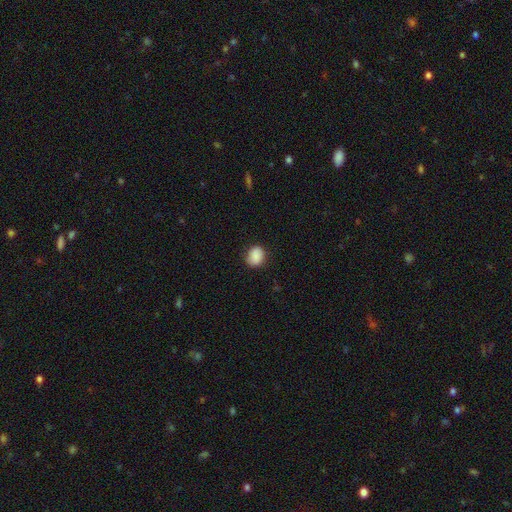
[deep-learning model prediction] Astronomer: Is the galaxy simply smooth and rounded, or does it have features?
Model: smooth — 88%.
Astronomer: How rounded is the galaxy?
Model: round — 54% (runner-up: in between, 45%).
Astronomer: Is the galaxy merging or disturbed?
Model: none — 82%.